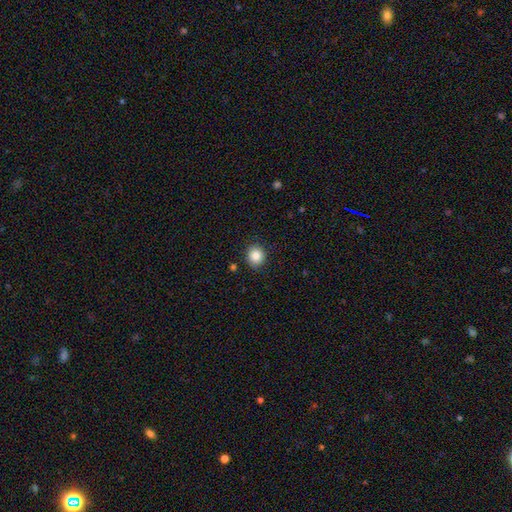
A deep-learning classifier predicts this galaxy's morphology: Smooth or featured: smooth — 85% (star or artifact — 10%)
How rounded: round — 87% (in between — 12%)
Merging: none — 89% (minor disturbance — 7%)